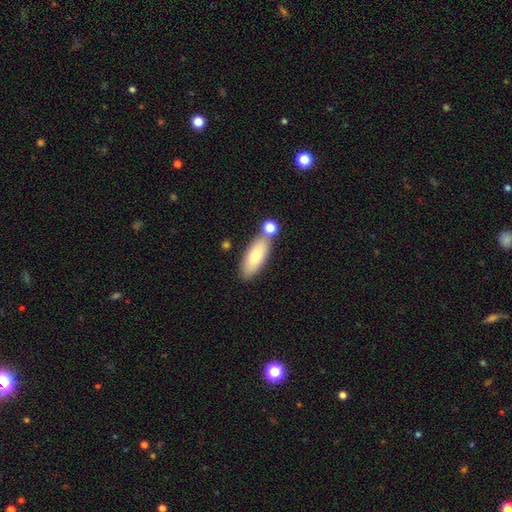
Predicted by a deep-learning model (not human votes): smooth 73%, featured or disk 20%, star or artifact 7%. Down the decision tree: how rounded — in between (70%); merging — none (67%).